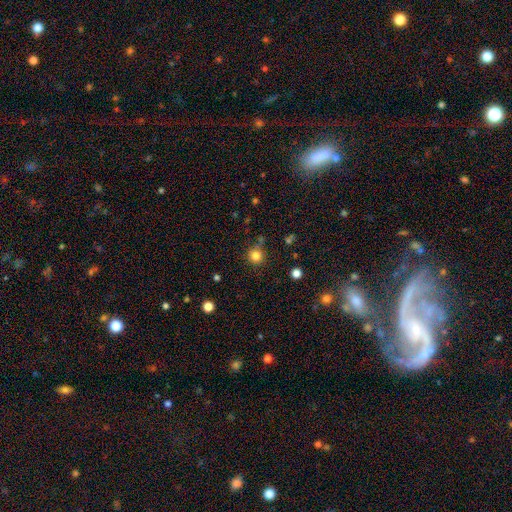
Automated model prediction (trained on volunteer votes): smooth 82%, star or artifact 13%, featured or disk 5%. Down the decision tree: how rounded — round (94%); merging — none (81%).